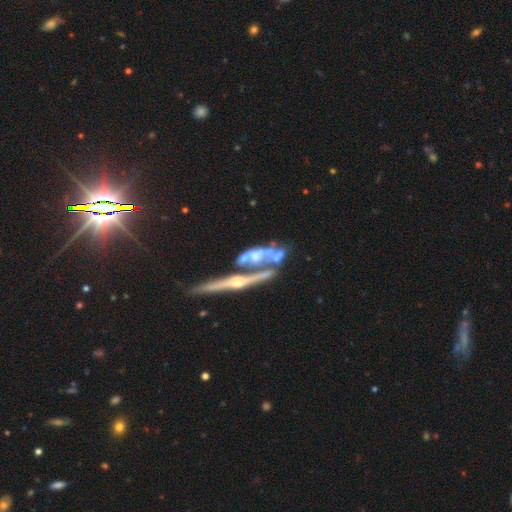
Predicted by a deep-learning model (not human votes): Morphology: type=featured or disk (74%); edge-on=yes (55%); merging=merger (47%).